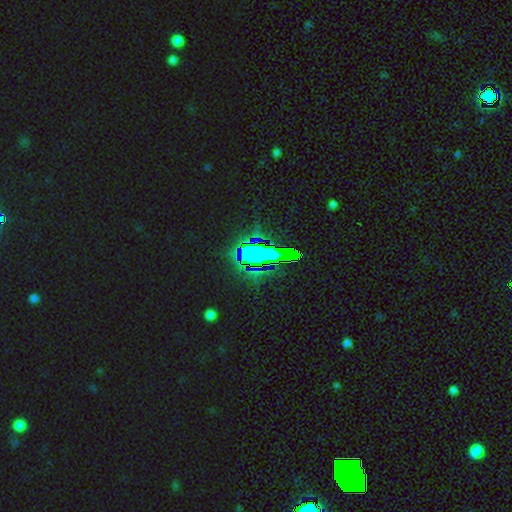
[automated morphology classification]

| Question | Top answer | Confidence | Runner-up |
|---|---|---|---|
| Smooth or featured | star or artifact | 73% | smooth (17%) |